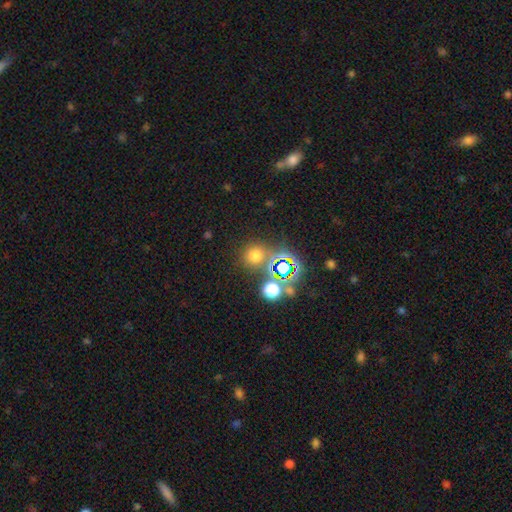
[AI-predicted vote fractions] Smooth or featured? Predicted: smooth (p=0.61). How rounded? Predicted: round (p=0.89). Merging? Predicted: none (p=0.72).